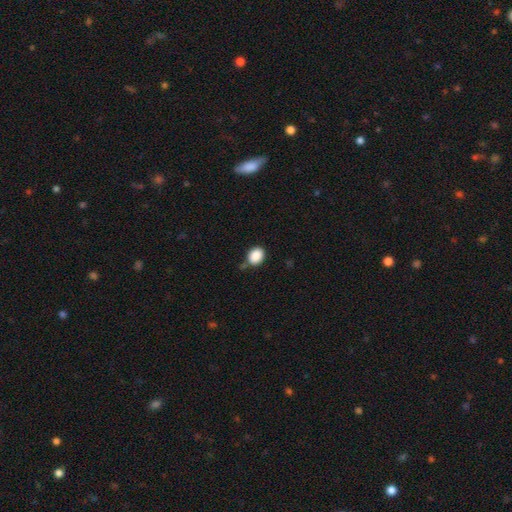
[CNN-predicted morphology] A smooth galaxy with no disk features (88%) that is in between round and cigar-shaped (55%).

Vote fractions:
- Smooth or featured? smooth: 88% / star or artifact: 9% / featured or disk: 3%
- How rounded? in between: 55% / round: 44% / cigar-shaped: 1%
- Merging? none: 67% / minor disturbance: 21% / merger: 7% / major disturbance: 5%